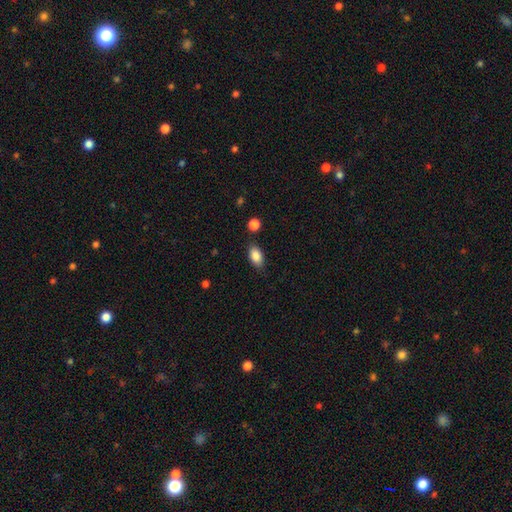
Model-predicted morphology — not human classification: The model was most divided on "merging": none: 82%, minor disturbance: 12%, major disturbance: 3%, merger: 3%. More confident: how rounded — in between (90%); smooth or featured — smooth (87%).